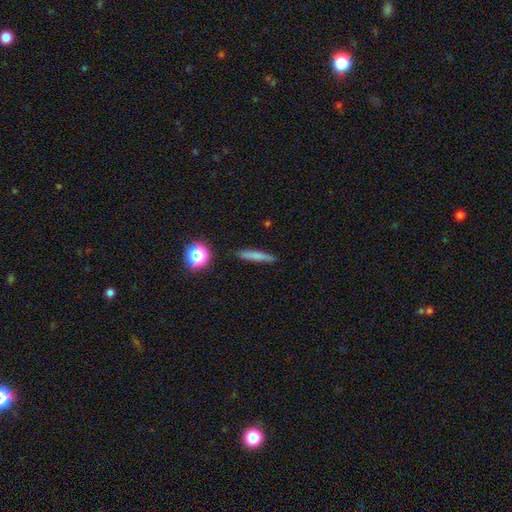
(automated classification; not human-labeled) This is likely a smooth galaxy (70%). How rounded: clearly cigar-shaped (89%). Merging: clearly none (87%).